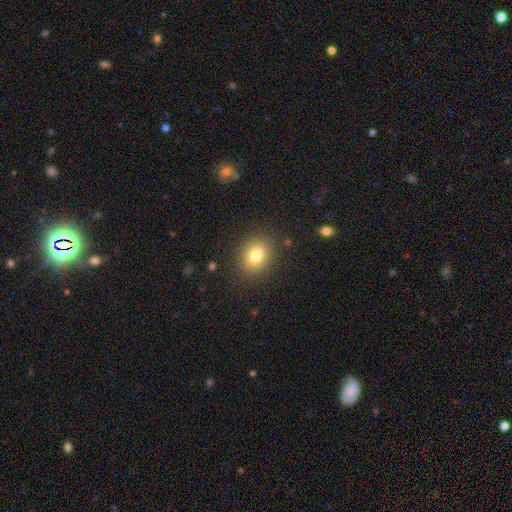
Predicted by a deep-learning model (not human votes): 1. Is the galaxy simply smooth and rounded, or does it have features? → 78% smooth, 12% star or artifact, 10% featured or disk.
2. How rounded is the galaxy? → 59% round, 40% in between, 1% cigar-shaped.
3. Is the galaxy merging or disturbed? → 87% none, 8% minor disturbance, 3% major disturbance, 1% merger.